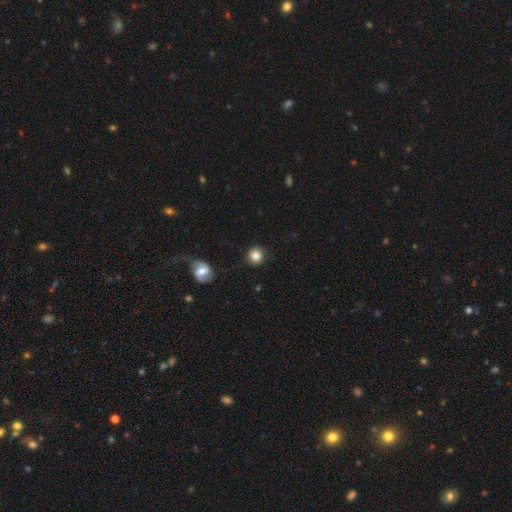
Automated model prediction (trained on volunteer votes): The model was most divided on "smooth or featured": smooth: 84%, star or artifact: 9%, featured or disk: 7%. More confident: how rounded — round (91%); merging — none (87%).